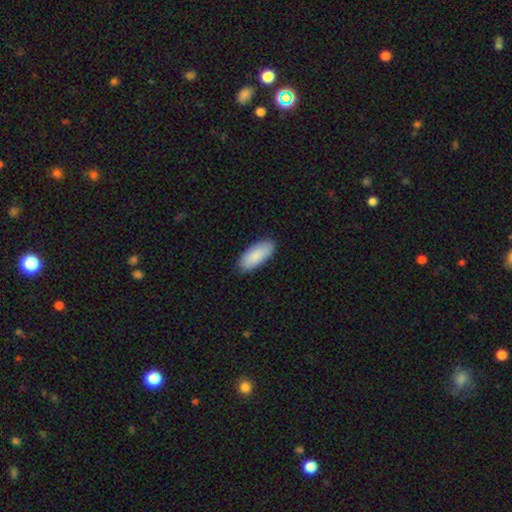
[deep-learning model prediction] This appears to be a smooth galaxy with no disk features (89%) that is in between round and cigar-shaped (87%). Merging: none (87%).